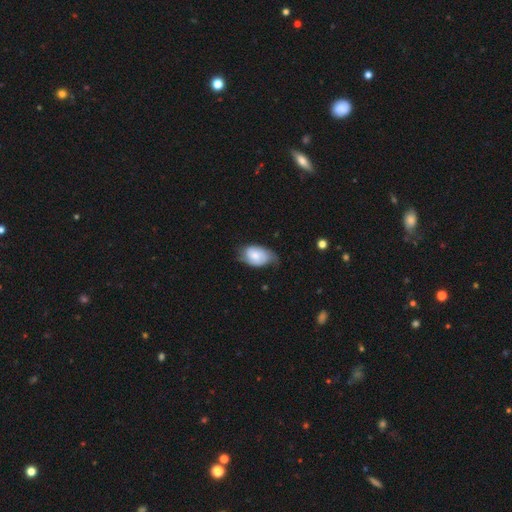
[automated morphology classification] This is likely a smooth galaxy (62%). How rounded: clearly in between (87%). Merging: possibly none (47%).